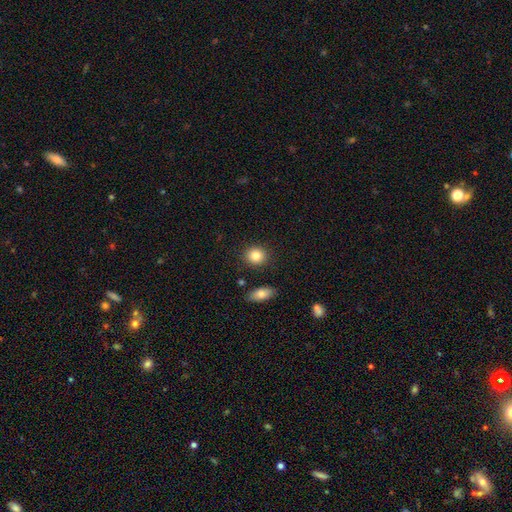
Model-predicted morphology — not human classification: A smooth galaxy with no disk features (84%) that is round (75%).

Vote fractions:
- Smooth or featured? smooth: 84% / star or artifact: 9% / featured or disk: 7%
- How rounded? round: 75% / in between: 24% / cigar-shaped: 1%
- Merging? none: 86% / minor disturbance: 8% / merger: 4% / major disturbance: 2%